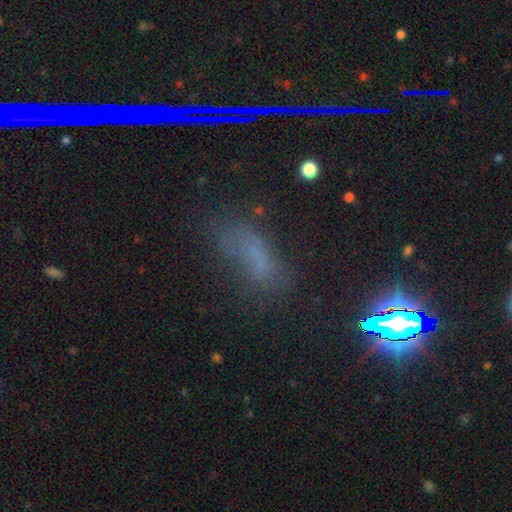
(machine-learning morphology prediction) Smooth or featured? Predicted: smooth (p=0.47). Merging? Predicted: none (p=0.54).